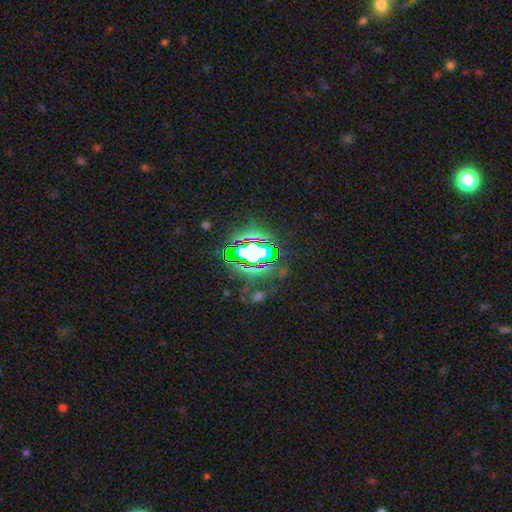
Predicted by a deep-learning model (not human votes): This is likely a star or artifact rather than a galaxy (68%).